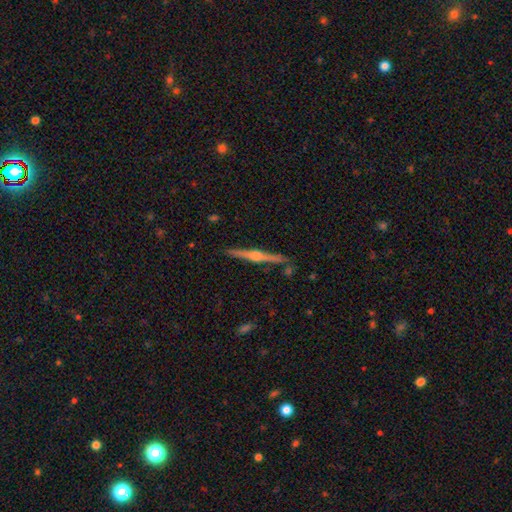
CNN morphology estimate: Q: Smooth or featured?
A: featured or disk (81%); runner-up: smooth (14%)
Q: Edge-on disk?
A: yes (99%); runner-up: no (1%)
Q: Edge-on bulge?
A: rounded (87%); runner-up: boxy (8%)
Q: Merging?
A: none (90%); runner-up: minor disturbance (7%)